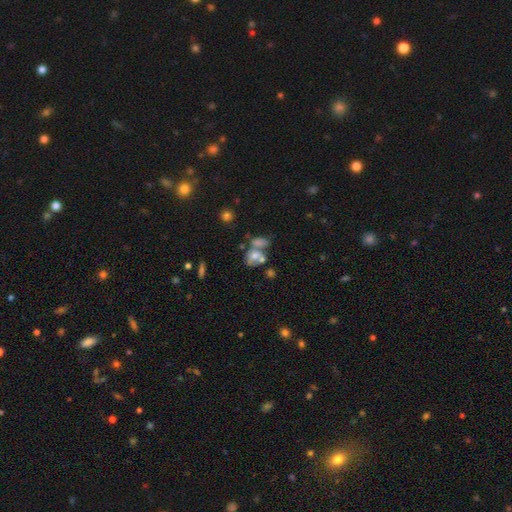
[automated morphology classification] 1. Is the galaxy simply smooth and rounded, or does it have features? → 60% smooth, 28% featured or disk, 12% star or artifact.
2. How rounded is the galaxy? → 68% in between, 30% round, 2% cigar-shaped.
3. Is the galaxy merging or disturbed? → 50% merger, 26% none, 13% minor disturbance, 11% major disturbance.